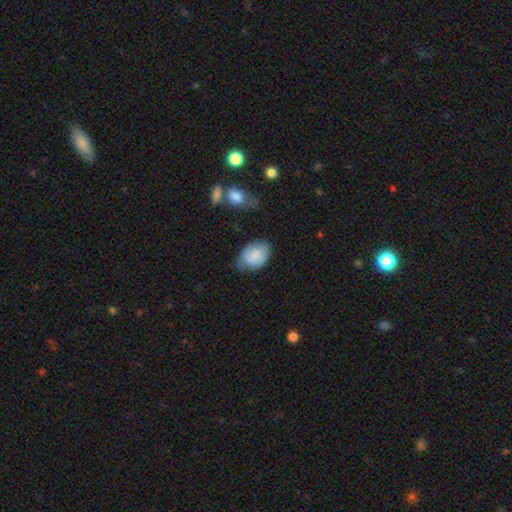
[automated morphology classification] type=smooth (85%); roundness=in between (85%); merging=none (61%).